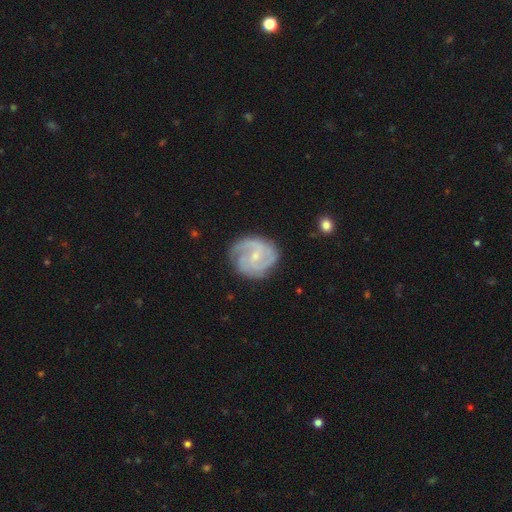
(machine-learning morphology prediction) Smooth or featured: featured or disk — 83% (smooth — 12%)
Edge-on disk: no — 98% (yes — 2%)
Bar: weak — 49% (no — 41%)
Spiral arms: yes — 95% (no — 5%)
Spiral winding: tight — 44% (medium — 43%)
Spiral arm count: 2 — 40% (3 — 27%)
Bulge size: small — 71% (moderate — 23%)
Merging: none — 75% (minor disturbance — 17%)